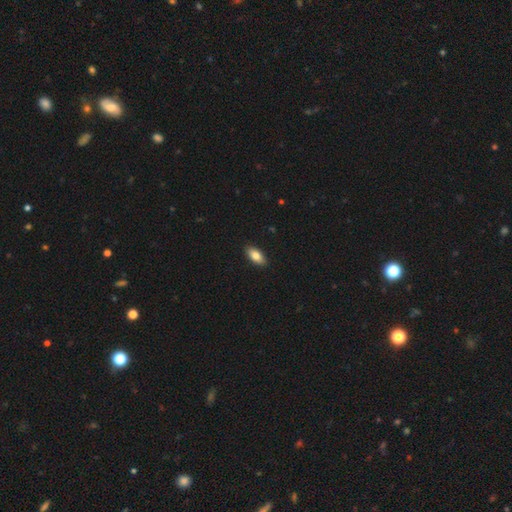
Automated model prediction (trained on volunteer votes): A smooth galaxy with no disk features (81%) that is in between round and cigar-shaped (89%).

Vote fractions:
- Smooth or featured? smooth: 81% / featured or disk: 12% / star or artifact: 7%
- How rounded? in between: 89% / cigar-shaped: 8% / round: 3%
- Merging? none: 90% / minor disturbance: 7% / major disturbance: 2% / merger: 1%